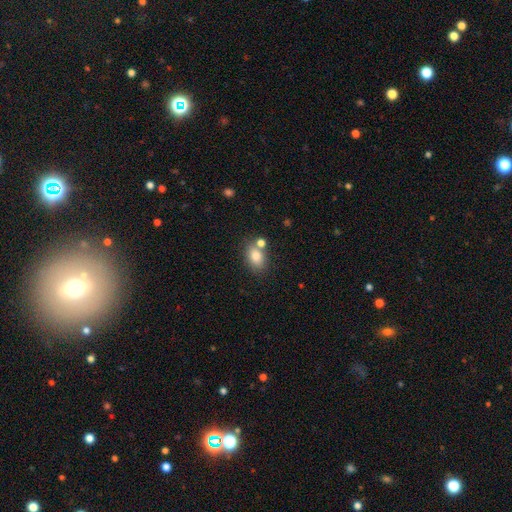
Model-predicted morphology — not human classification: Q: Smooth or featured?
A: smooth (82%); runner-up: star or artifact (9%)
Q: How rounded?
A: in between (77%); runner-up: round (21%)
Q: Merging?
A: none (64%); runner-up: merger (19%)